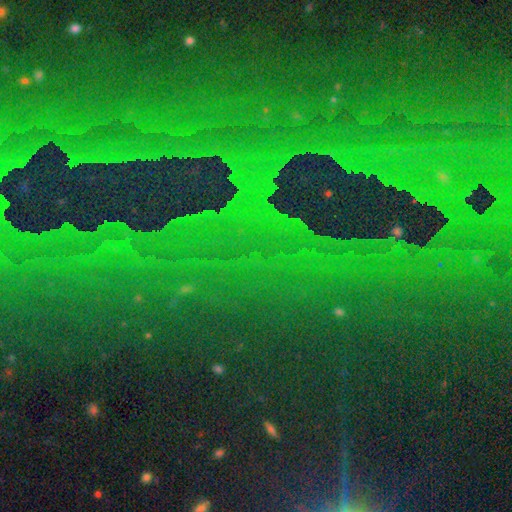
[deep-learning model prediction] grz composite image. It shows a star or artifact, not a galaxy (84%).